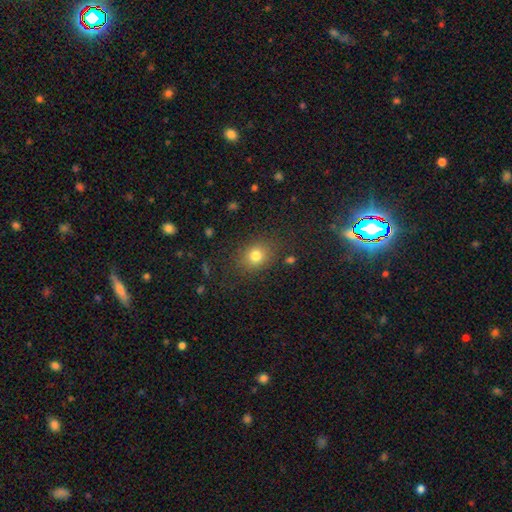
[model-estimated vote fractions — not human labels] This appears to be a smooth galaxy with no disk features (78%) that is round (60%). Merging: none (83%).